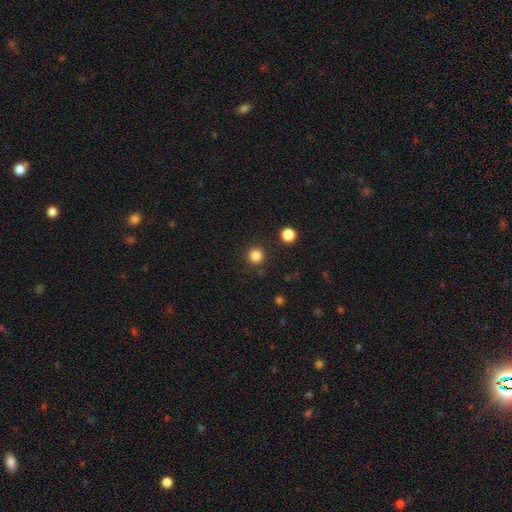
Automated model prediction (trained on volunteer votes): Overall: smooth (84%). How rounded: round (94%). Merging: none (89%).